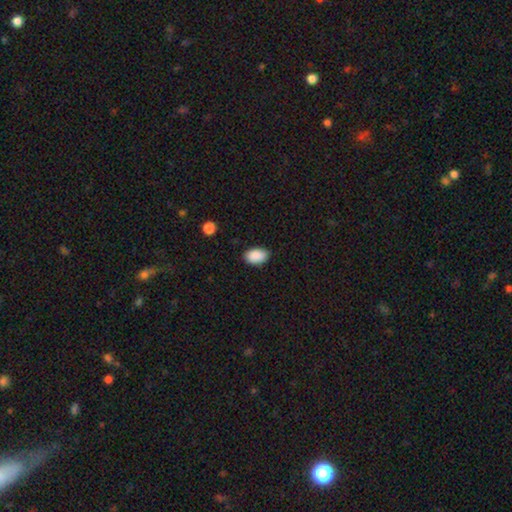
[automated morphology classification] A smooth galaxy with no disk features (90%) that is in between round and cigar-shaped (92%).

Vote fractions:
- Smooth or featured? smooth: 90% / star or artifact: 7% / featured or disk: 3%
- How rounded? in between: 92% / round: 7% / cigar-shaped: 1%
- Merging? none: 84% / minor disturbance: 12% / major disturbance: 2% / merger: 1%